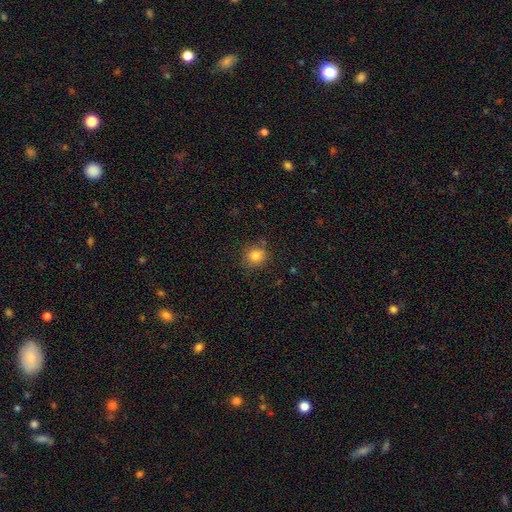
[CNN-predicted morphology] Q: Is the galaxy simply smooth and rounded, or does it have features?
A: smooth — 82%.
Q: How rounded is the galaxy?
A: round — 85%.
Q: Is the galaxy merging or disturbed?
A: none — 80%.